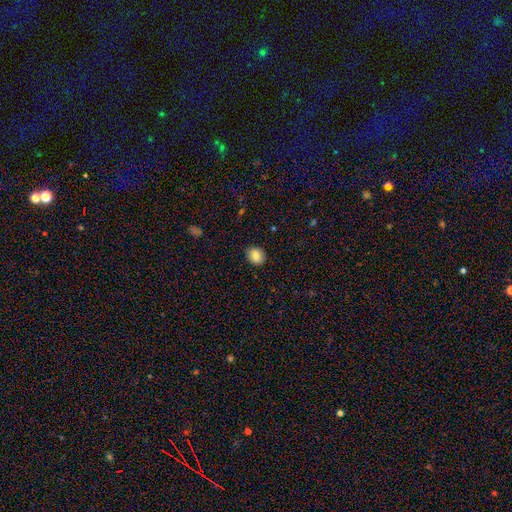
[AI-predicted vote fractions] smooth_or_featured: smooth (p=0.82) [alt: featured or disk p=0.09]
how_rounded: round (p=0.65) [alt: in between p=0.34]
merging: none (p=0.90) [alt: minor disturbance p=0.08]